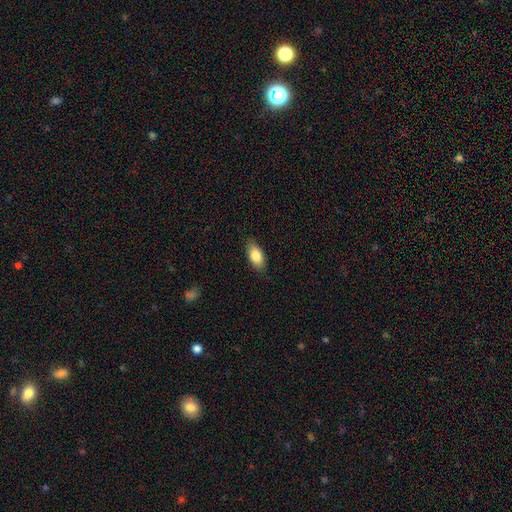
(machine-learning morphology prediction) smooth_or_featured: smooth (p=0.84) [alt: featured or disk p=0.09]
how_rounded: in between (p=0.91) [alt: cigar-shaped p=0.06]
merging: none (p=0.85) [alt: minor disturbance p=0.12]